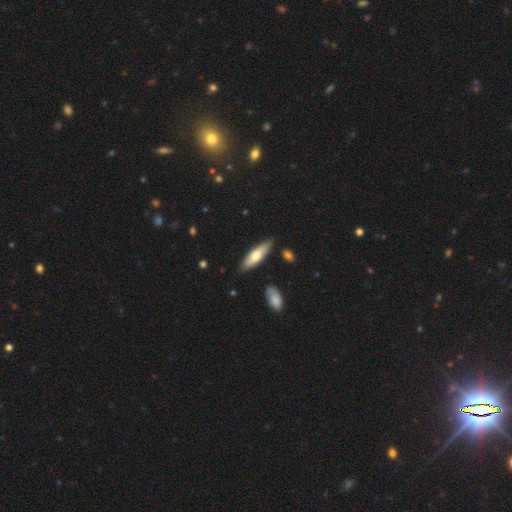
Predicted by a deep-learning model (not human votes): Q: Smooth or featured?
A: smooth (61%); runner-up: featured or disk (33%)
Q: How rounded?
A: cigar-shaped (57%); runner-up: in between (41%)
Q: Merging?
A: none (84%); runner-up: minor disturbance (11%)